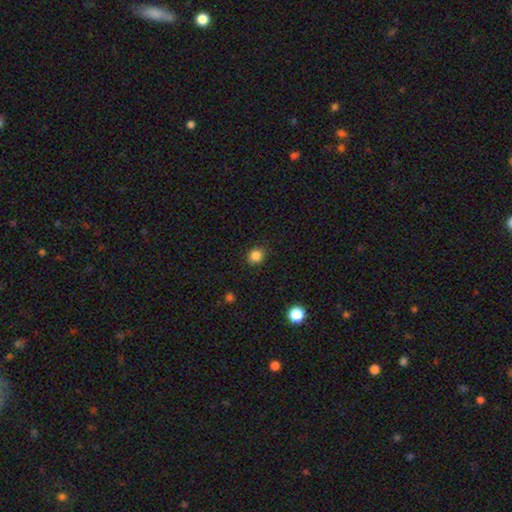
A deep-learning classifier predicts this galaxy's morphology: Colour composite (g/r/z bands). It shows a smooth galaxy with no disk features (85%) that is round (83%). Merging: none (89%).